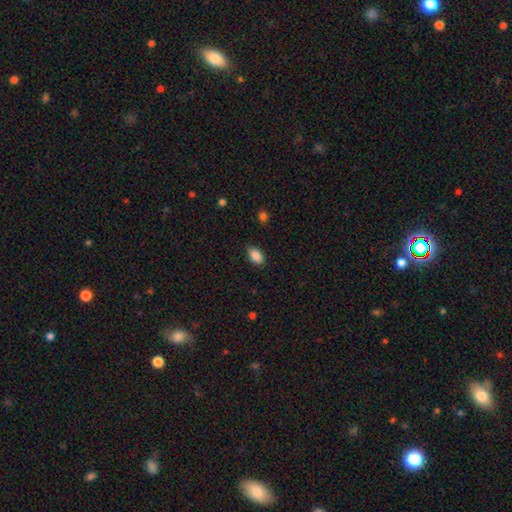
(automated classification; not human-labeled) smooth-or-featured: smooth: 88% | star or artifact: 8% | featured or disk: 4%
  how-rounded: in between: 90% | round: 8% | cigar-shaped: 2%
  merging: none: 83% | minor disturbance: 13% | major disturbance: 3% | merger: 1%